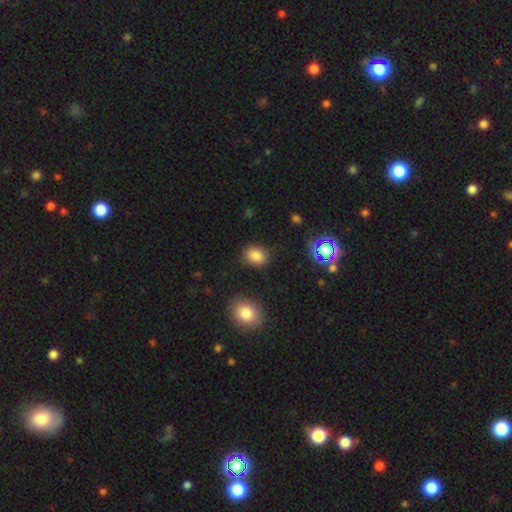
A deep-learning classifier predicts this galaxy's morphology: Smooth or featured? Predicted: smooth (p=0.82). How rounded? Predicted: in between (p=0.59). Merging? Predicted: none (p=0.82).